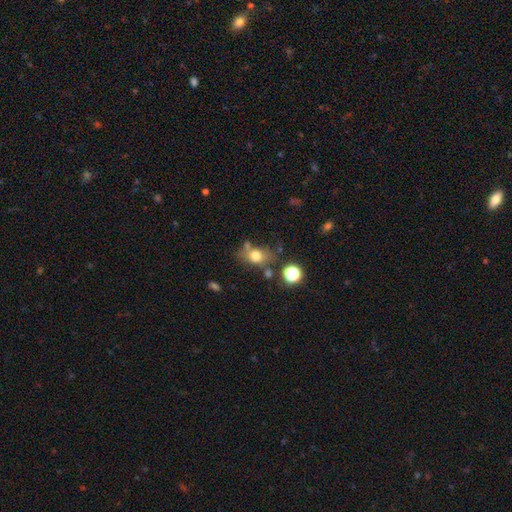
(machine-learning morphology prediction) type=smooth (70%); roundness=in between (62%); merging=none (56%).